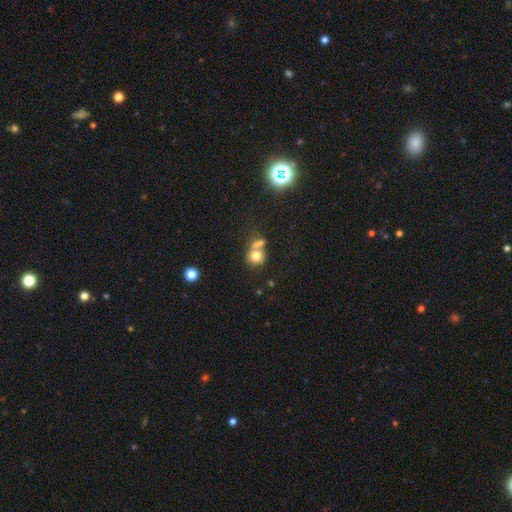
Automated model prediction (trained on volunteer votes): Smooth or featured? Predicted: smooth (p=0.75). How rounded? Predicted: round (p=0.80). Merging? Predicted: none (p=0.43).